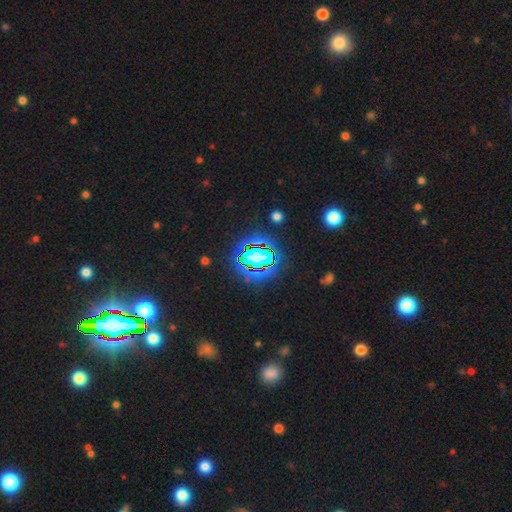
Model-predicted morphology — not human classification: This is clearly a star or artifact rather than a galaxy (81%).